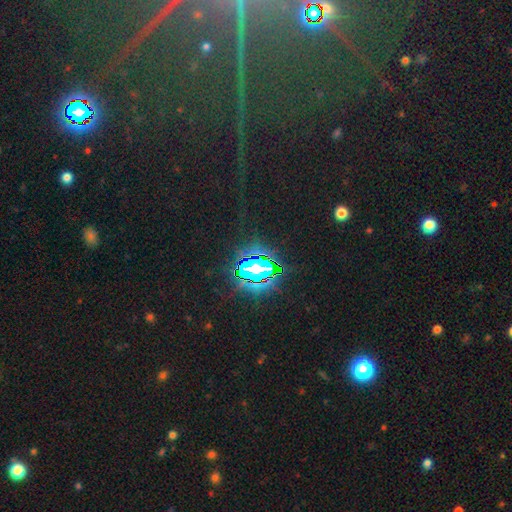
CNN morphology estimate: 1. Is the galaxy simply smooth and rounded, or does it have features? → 85% star or artifact, 8% smooth, 7% featured or disk.